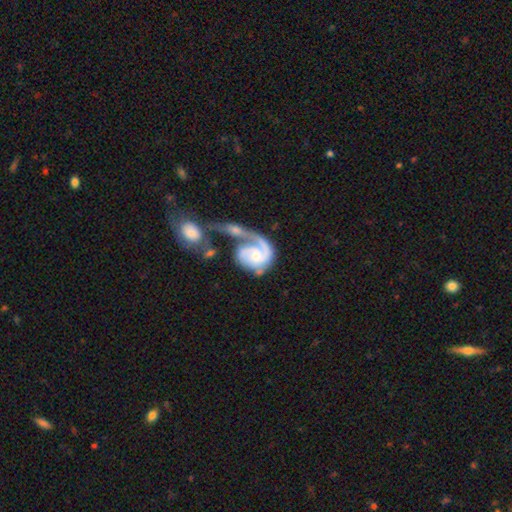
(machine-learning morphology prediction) Smooth or featured? featured or disk (82%)
Edge-on disk? no (98%)
Bar? no (65%)
Spiral arms? yes (94%)
Spiral winding? tight (42%)
Spiral arm count? 1 (60%)
Bulge size? small (51%)
Merging? merger (44%)